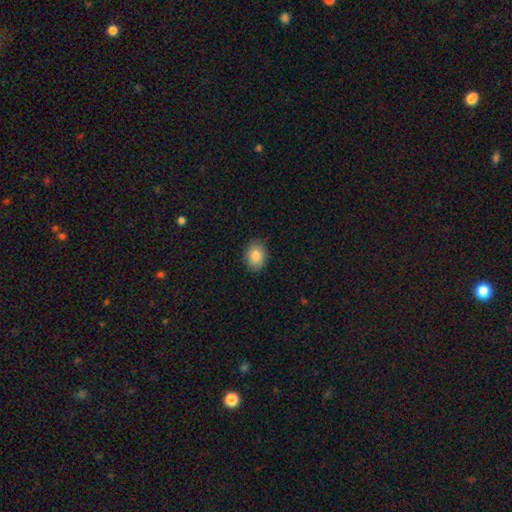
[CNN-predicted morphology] Q: Smooth or featured?
A: smooth (86%); runner-up: star or artifact (8%)
Q: How rounded?
A: in between (64%); runner-up: round (35%)
Q: Merging?
A: none (86%); runner-up: minor disturbance (11%)